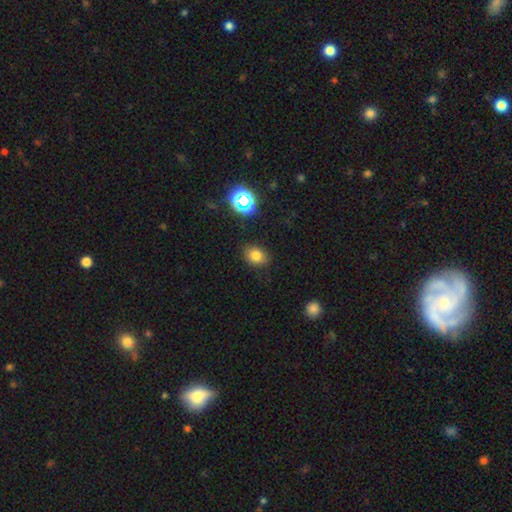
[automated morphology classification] A smooth galaxy with no disk features (77%) that is in between round and cigar-shaped (53%).

Vote fractions:
- Smooth or featured? smooth: 77% / star or artifact: 16% / featured or disk: 7%
- How rounded? in between: 53% / round: 46% / cigar-shaped: 1%
- Merging? none: 86% / minor disturbance: 10% / major disturbance: 3% / merger: 2%